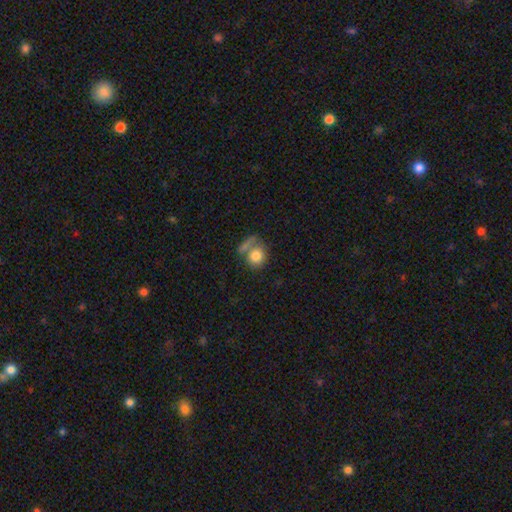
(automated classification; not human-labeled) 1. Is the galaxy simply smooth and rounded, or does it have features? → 81% smooth, 11% featured or disk, 8% star or artifact.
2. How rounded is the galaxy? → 71% round, 27% in between, 2% cigar-shaped.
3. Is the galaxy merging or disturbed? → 48% none, 30% merger, 14% minor disturbance, 9% major disturbance.